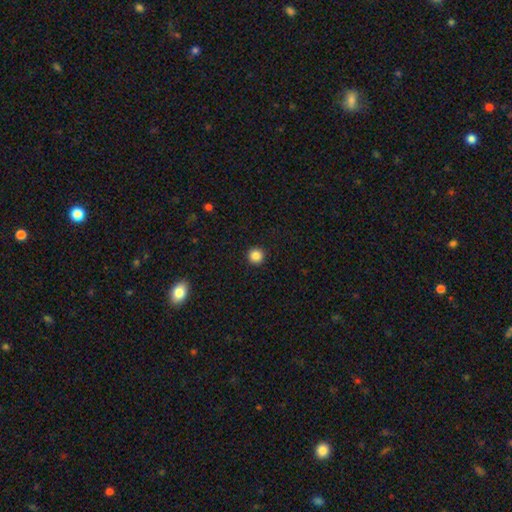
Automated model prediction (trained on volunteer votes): smooth 86%, star or artifact 11%, featured or disk 3%. Down the decision tree: how rounded — round (96%); merging — none (93%).